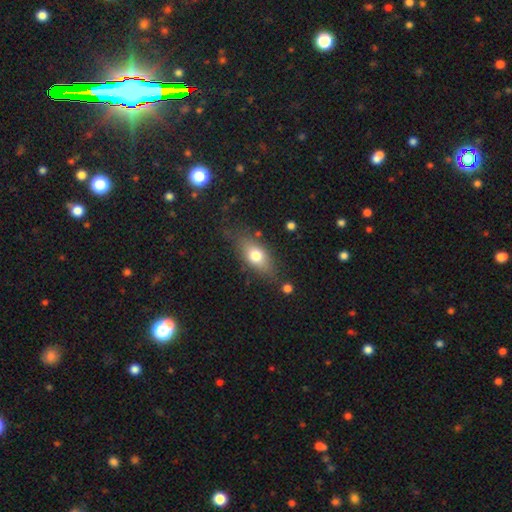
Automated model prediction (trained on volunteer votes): Overall: smooth (71%). How rounded: in between (80%). Merging: none (72%).